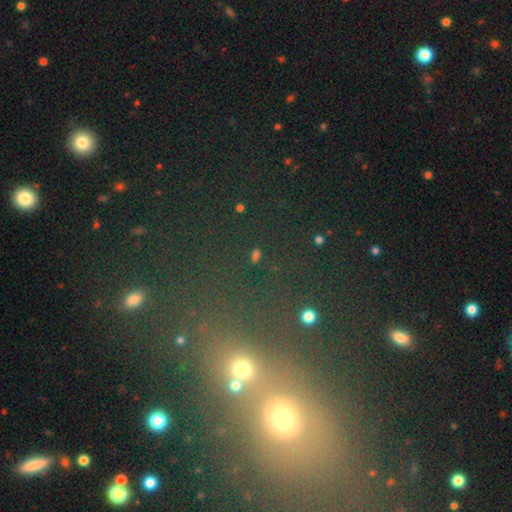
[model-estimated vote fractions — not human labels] Q: Smooth or featured?
A: star or artifact (50%); runner-up: smooth (38%)